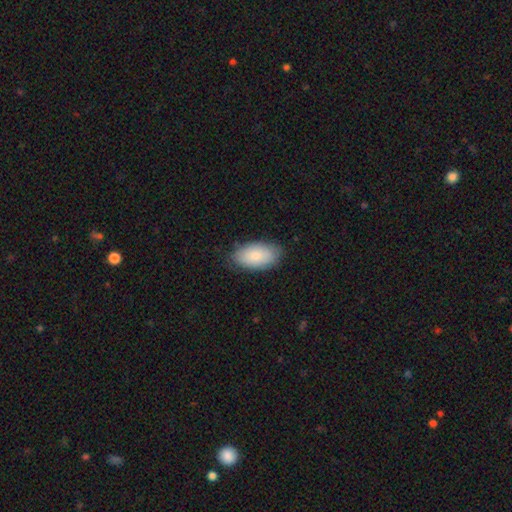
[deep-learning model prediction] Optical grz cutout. It shows a smooth galaxy with no disk features (83%) that is in between round and cigar-shaped (94%). Merging: none (81%).